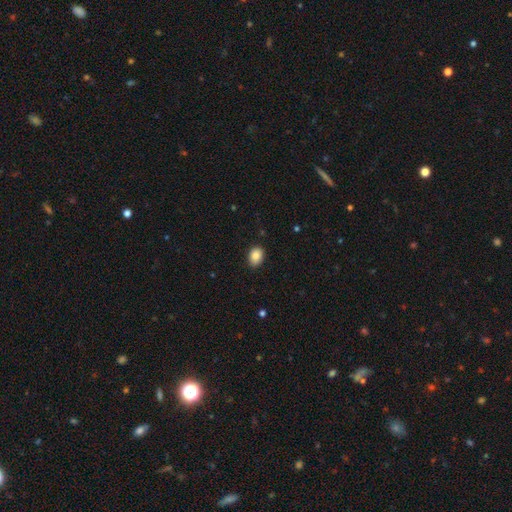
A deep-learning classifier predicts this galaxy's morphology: smooth_or_featured: smooth (p=0.87) [alt: star or artifact p=0.08]
how_rounded: in between (p=0.68) [alt: round p=0.31]
merging: none (p=0.88) [alt: minor disturbance p=0.09]